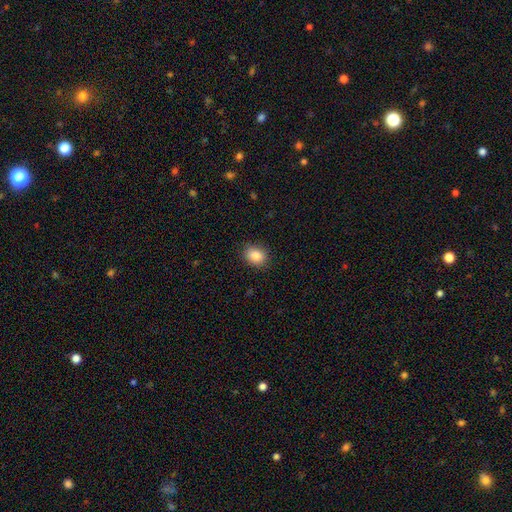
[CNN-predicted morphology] A smooth galaxy with no disk features (85%) that is in between round and cigar-shaped (51%). Merging: none (87%).